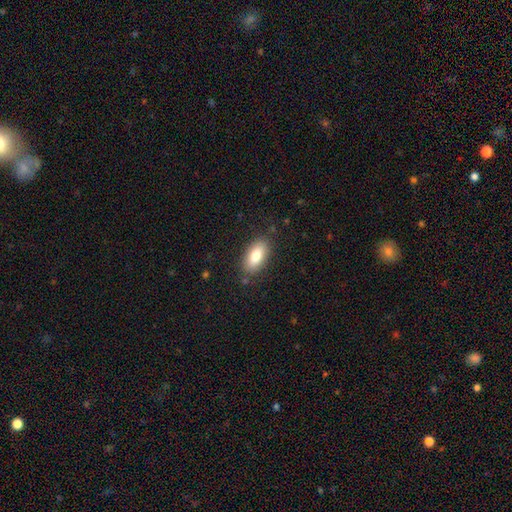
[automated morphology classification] This is clearly a smooth galaxy (81%). How rounded: clearly in between (89%). Merging: clearly none (84%).